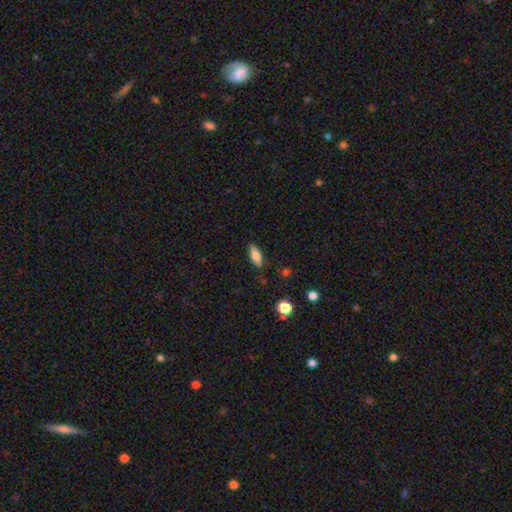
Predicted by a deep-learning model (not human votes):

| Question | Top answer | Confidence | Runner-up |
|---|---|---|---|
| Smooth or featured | smooth | 79% | featured or disk (13%) |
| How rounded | in between | 76% | cigar-shaped (21%) |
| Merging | none | 79% | minor disturbance (16%) |